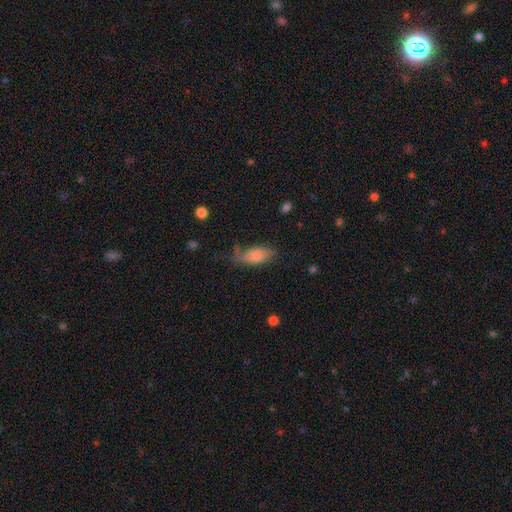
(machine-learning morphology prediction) Overall: smooth (74%). How rounded: in between (88%). Merging: none (41%; minor disturbance 35%).